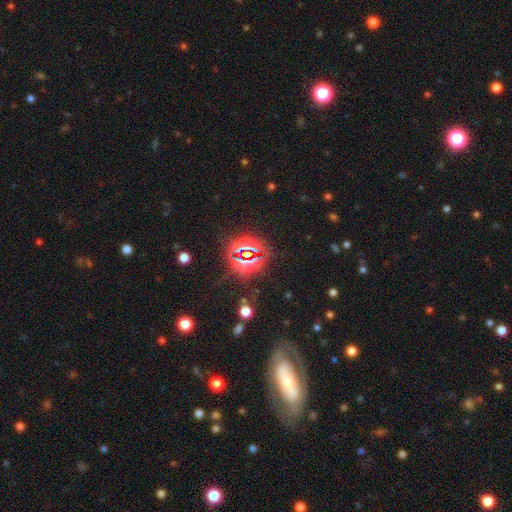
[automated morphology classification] smooth_or_featured: star or artifact (p=0.66) [alt: smooth p=0.20]